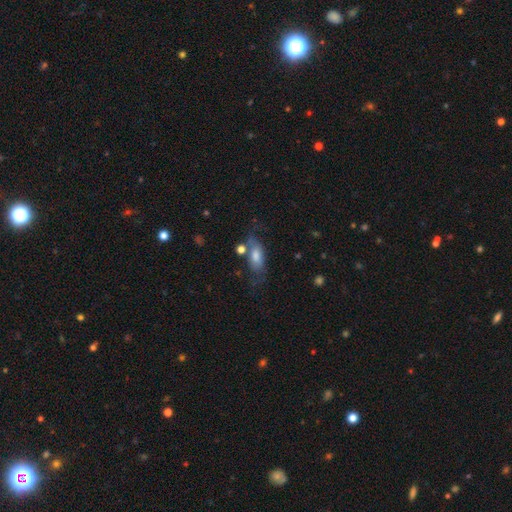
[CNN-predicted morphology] type=smooth (56%); roundness=in between (79%); merging=none (51%).